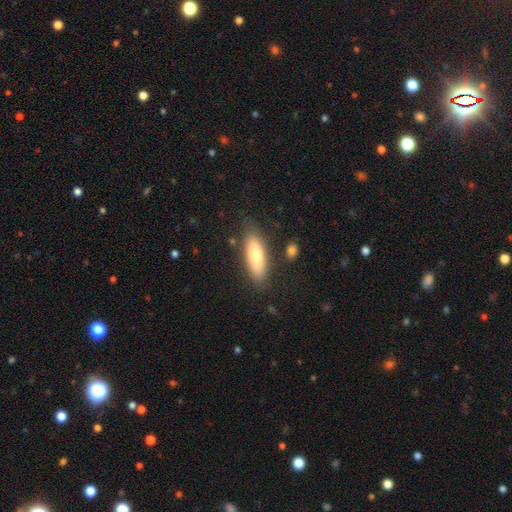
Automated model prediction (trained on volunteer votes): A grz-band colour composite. It shows a smooth galaxy with no disk features (77%) that is in between round and cigar-shaped (58%). Merging: none (79%).